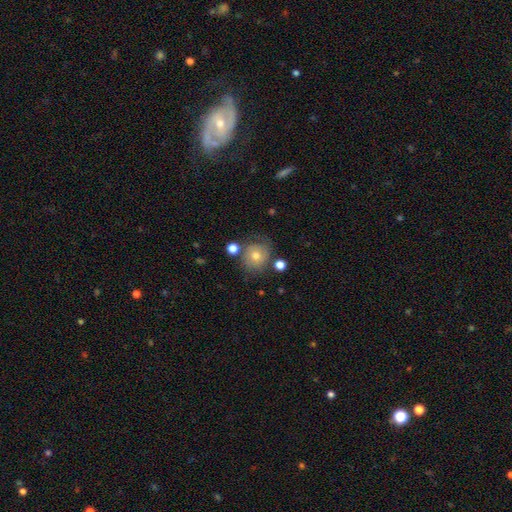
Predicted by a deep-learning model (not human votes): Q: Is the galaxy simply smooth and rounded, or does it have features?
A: smooth — 68%.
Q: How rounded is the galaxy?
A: round — 82%.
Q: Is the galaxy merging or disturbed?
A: none — 65%.